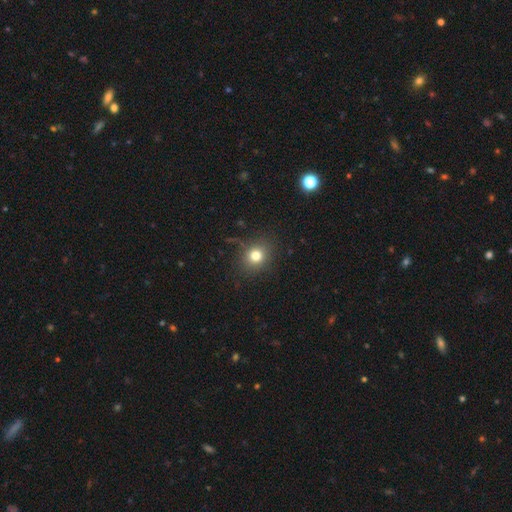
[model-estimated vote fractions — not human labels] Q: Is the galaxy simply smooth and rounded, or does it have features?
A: smooth — 78%.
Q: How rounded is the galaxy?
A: round — 70%.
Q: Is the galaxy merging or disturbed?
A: none — 83%.